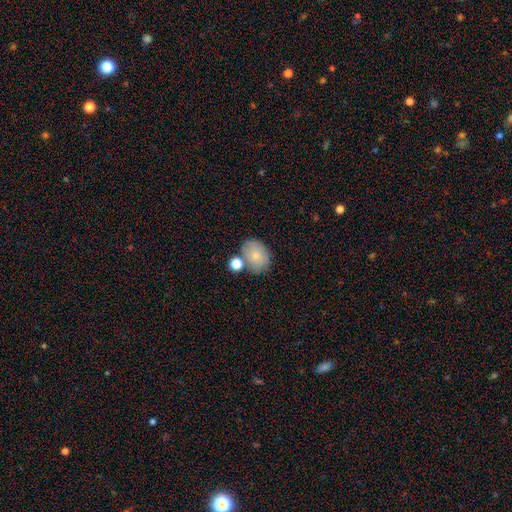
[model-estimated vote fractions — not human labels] Q: Smooth or featured?
A: smooth (77%); runner-up: featured or disk (15%)
Q: How rounded?
A: in between (55%); runner-up: round (44%)
Q: Merging?
A: none (63%); runner-up: merger (17%)